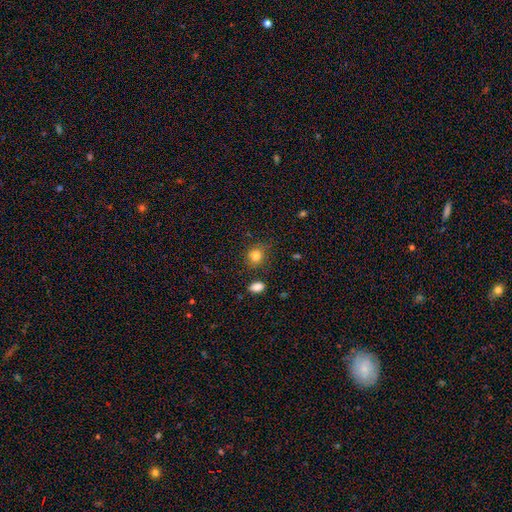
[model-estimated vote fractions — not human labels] The model was most divided on "how rounded": round: 73%, in between: 26%, cigar-shaped: 1%. More confident: smooth or featured — smooth (82%); merging — none (75%).